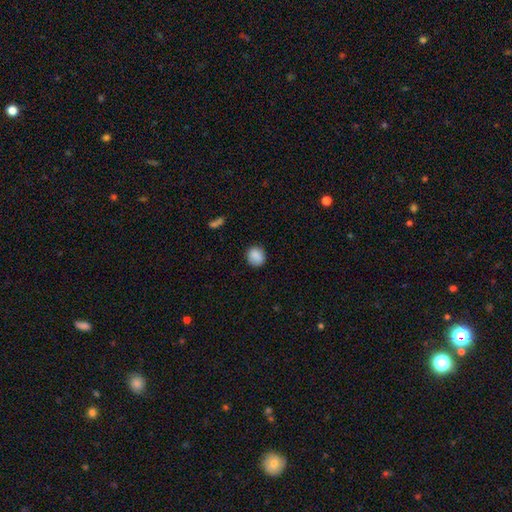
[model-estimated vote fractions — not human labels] Smooth or featured?
  - smooth: 88% *
  - star or artifact: 8%
  - featured or disk: 4%
How rounded?
  - round: 82% *
  - in between: 17%
  - cigar-shaped: 1%
Merging?
  - none: 85% *
  - minor disturbance: 11%
  - major disturbance: 3%
  - merger: 1%